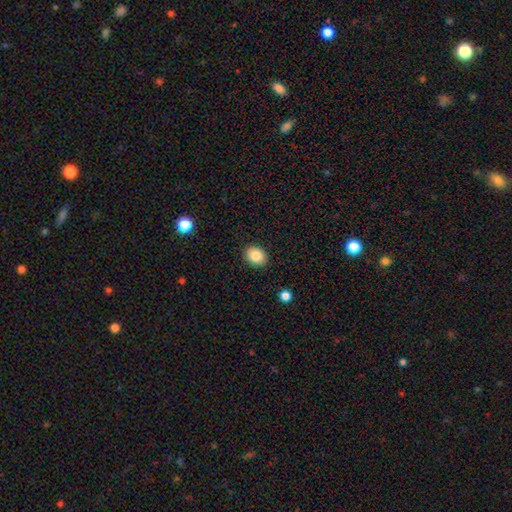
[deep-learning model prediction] Smooth or featured?
  - smooth: 85% *
  - star or artifact: 9%
  - featured or disk: 6%
How rounded?
  - in between: 55% *
  - round: 44%
  - cigar-shaped: 1%
Merging?
  - none: 89% *
  - minor disturbance: 8%
  - major disturbance: 2%
  - merger: 1%